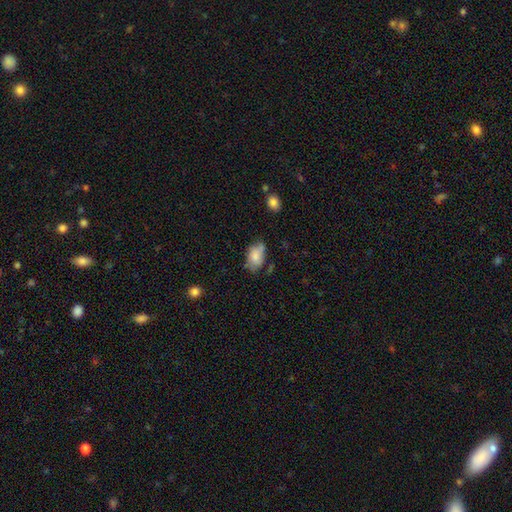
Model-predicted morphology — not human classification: Smooth or featured? smooth (77%)
How rounded? in between (89%)
Merging? none (53%)